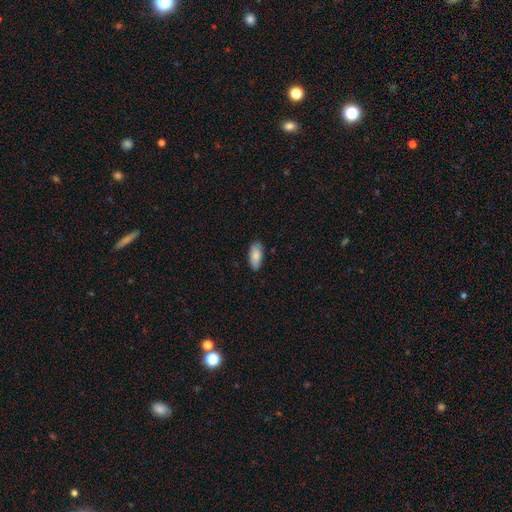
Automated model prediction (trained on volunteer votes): Smooth or featured? Predicted: smooth (p=0.85). How rounded? Predicted: in between (p=0.90). Merging? Predicted: none (p=0.85).